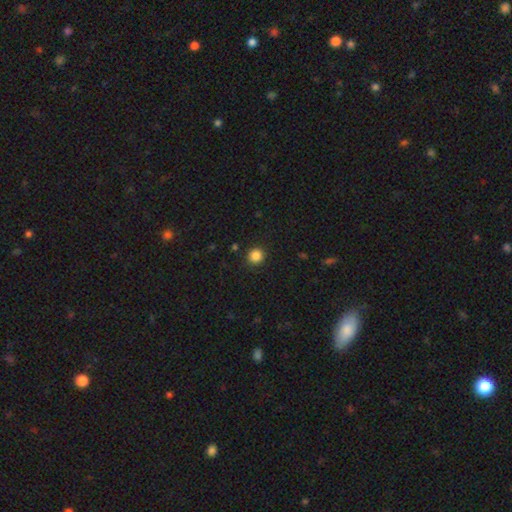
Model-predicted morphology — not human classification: A smooth galaxy with no disk features (86%) that is round (94%). Merging: none (92%).